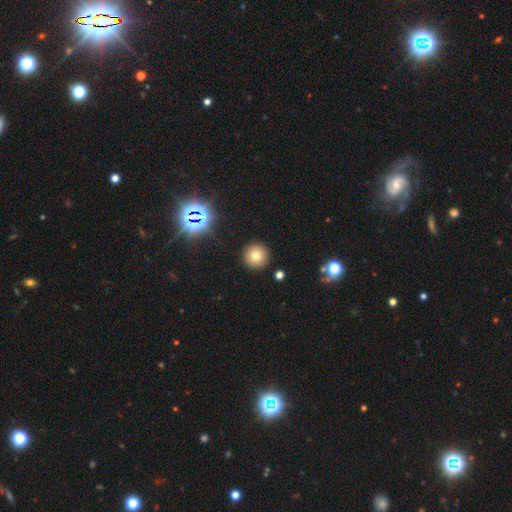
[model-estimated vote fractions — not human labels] Smooth or featured? smooth (75%)
How rounded? round (96%)
Merging? none (91%)